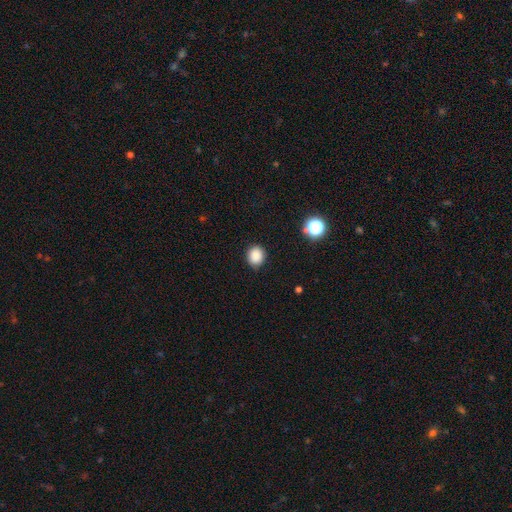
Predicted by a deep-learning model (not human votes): Smooth or featured? Predicted: smooth (p=0.86). How rounded? Predicted: round (p=0.74). Merging? Predicted: none (p=0.86).